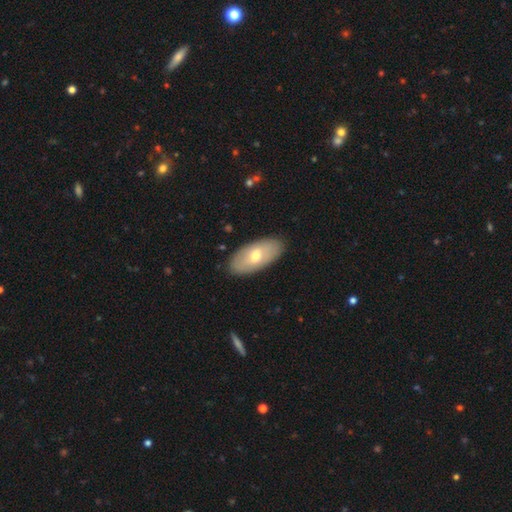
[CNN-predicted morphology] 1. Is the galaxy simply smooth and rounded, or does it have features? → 60% smooth, 35% featured or disk, 6% star or artifact.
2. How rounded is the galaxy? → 92% in between, 6% cigar-shaped, 3% round.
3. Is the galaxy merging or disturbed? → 87% none, 9% minor disturbance, 2% major disturbance, 1% merger.